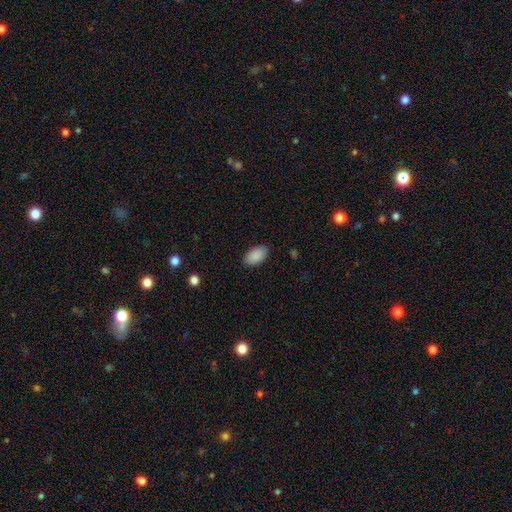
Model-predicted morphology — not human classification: This appears to be a smooth galaxy with no disk features (90%) that is in between round and cigar-shaped (94%). Merging: none (87%).